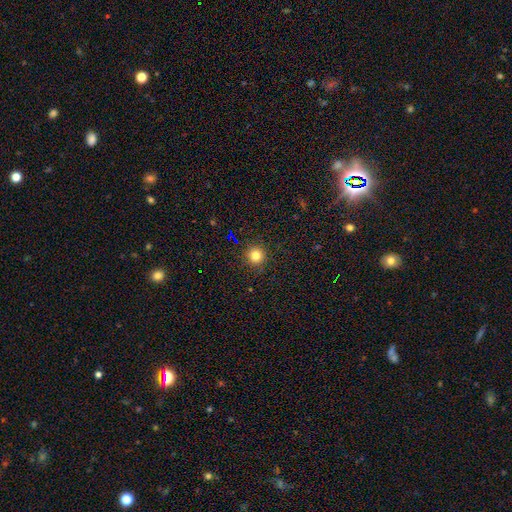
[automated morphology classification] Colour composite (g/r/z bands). It shows a smooth galaxy with no disk features (80%) that is round (95%). Merging: none (91%).